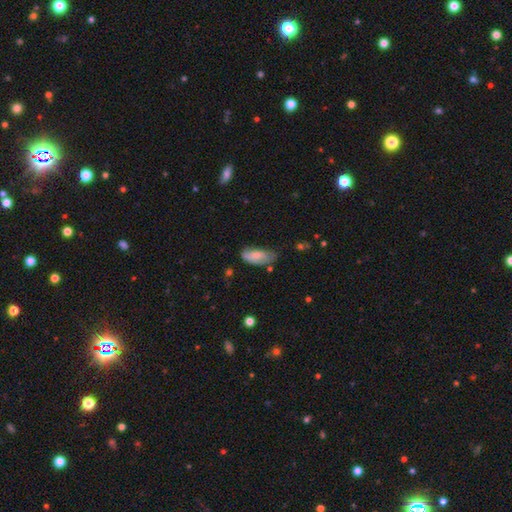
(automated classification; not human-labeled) This appears to be a smooth galaxy with no disk features (74%) that is in between round and cigar-shaped (85%). Merging: none (50%).